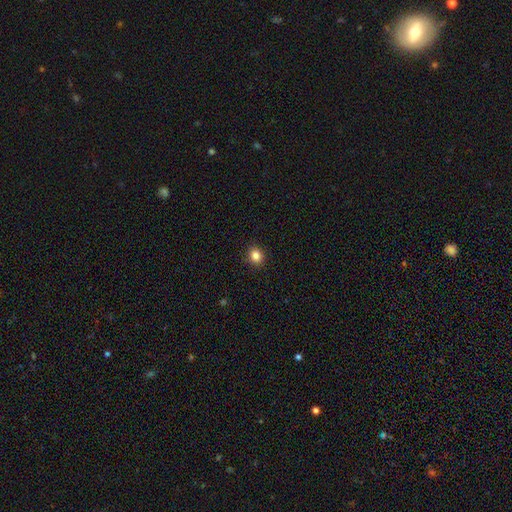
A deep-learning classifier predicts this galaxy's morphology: Smooth or featured? Predicted: smooth (p=0.84). How rounded? Predicted: round (p=0.73). Merging? Predicted: none (p=0.91).